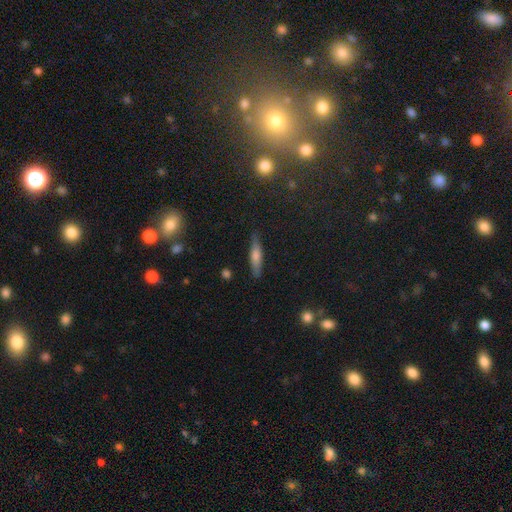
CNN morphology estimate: This is possibly a smooth galaxy (47%). Merging: clearly none (85%).